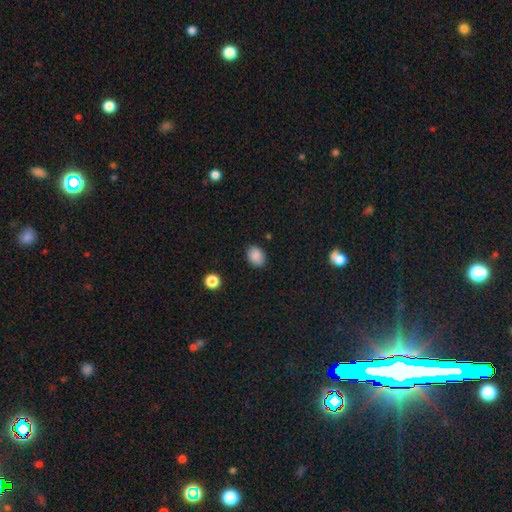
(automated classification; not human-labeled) Overall: smooth (87%). How rounded: in between (61%; round 38%). Merging: none (86%).